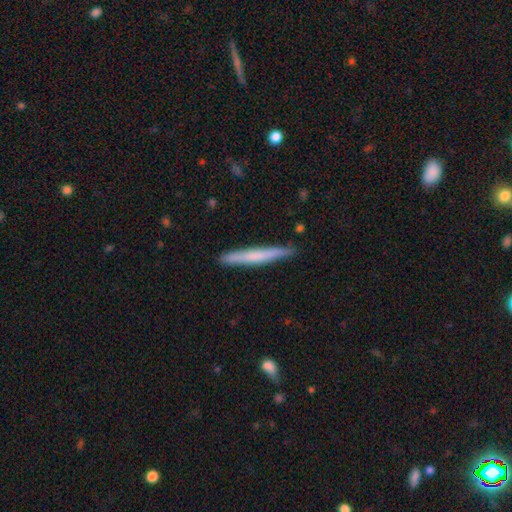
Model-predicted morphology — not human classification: smooth-or-featured: smooth: 58% | featured or disk: 36% | star or artifact: 5%
  how-rounded: cigar-shaped: 97% | in between: 2% | round: 1%
  merging: none: 88% | minor disturbance: 9% | major disturbance: 2% | merger: 1%